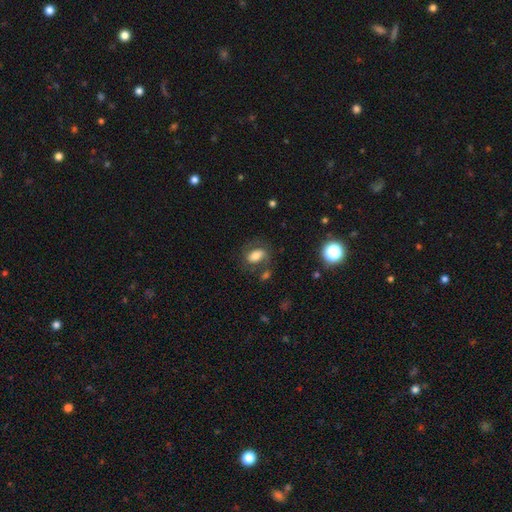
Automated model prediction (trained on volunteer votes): smooth-or-featured: smooth: 64% | featured or disk: 25% | star or artifact: 11%
  how-rounded: in between: 82% | round: 15% | cigar-shaped: 2%
  merging: none: 61% | minor disturbance: 18% | major disturbance: 12% | merger: 9%